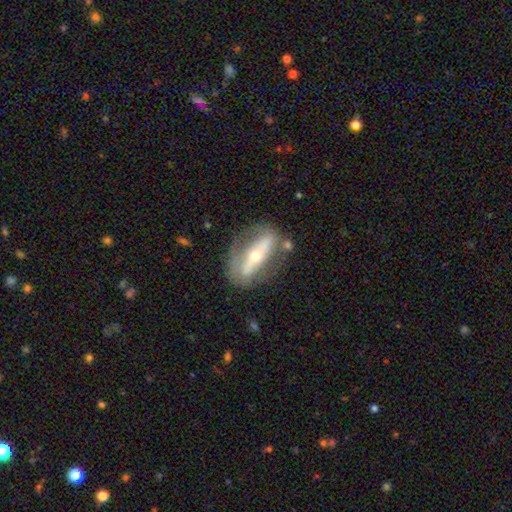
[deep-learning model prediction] Q: Smooth or featured?
A: featured or disk (69%); runner-up: smooth (24%)
Q: Edge-on disk?
A: no (62%); runner-up: yes (38%)
Q: Merging?
A: none (69%); runner-up: minor disturbance (17%)